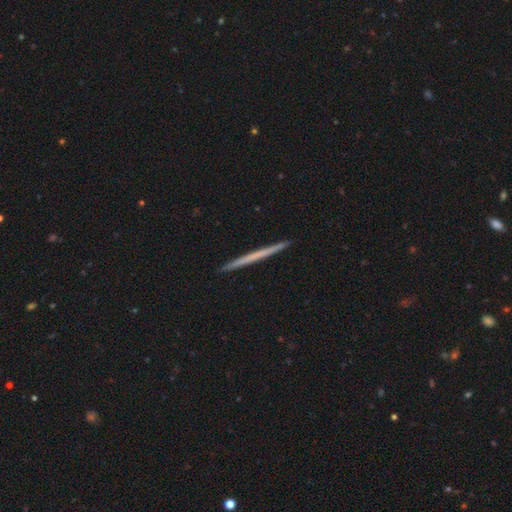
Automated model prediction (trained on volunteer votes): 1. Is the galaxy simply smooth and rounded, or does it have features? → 51% featured or disk, 44% smooth, 5% star or artifact.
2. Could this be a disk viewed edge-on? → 98% yes, 2% no.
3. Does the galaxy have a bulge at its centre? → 93% none, 5% rounded, 2% boxy.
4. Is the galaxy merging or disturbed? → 94% none, 4% minor disturbance, 1% major disturbance, 1% merger.